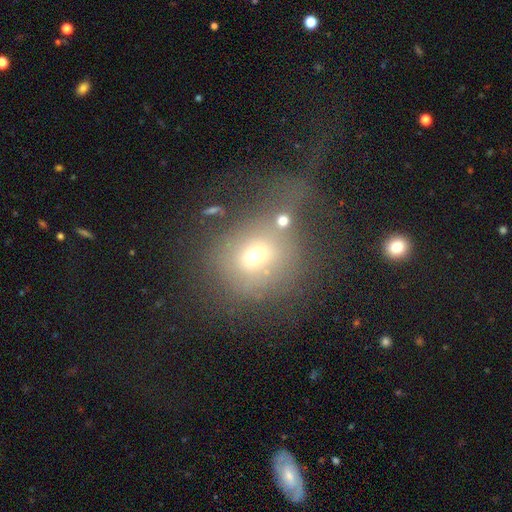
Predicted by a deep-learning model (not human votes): Q: Smooth or featured?
A: smooth (62%); runner-up: featured or disk (22%)
Q: How rounded?
A: round (80%); runner-up: in between (19%)
Q: Merging?
A: none (33%); runner-up: major disturbance (30%)